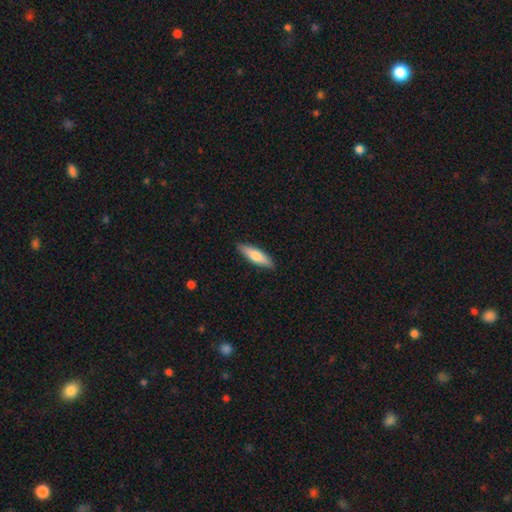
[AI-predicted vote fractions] Morphology: type=smooth (71%); roundness=cigar-shaped (57%); merging=none (88%).